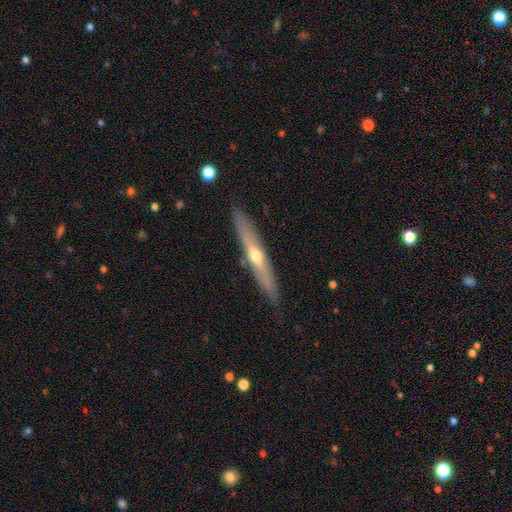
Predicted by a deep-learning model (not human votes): smooth_or_featured: featured or disk (p=0.62) [alt: smooth p=0.32]
disk_edge_on: yes (p=0.89) [alt: no p=0.11]
edge_on_bulge: rounded (p=0.79) [alt: none p=0.19]
merging: none (p=0.86) [alt: minor disturbance p=0.10]